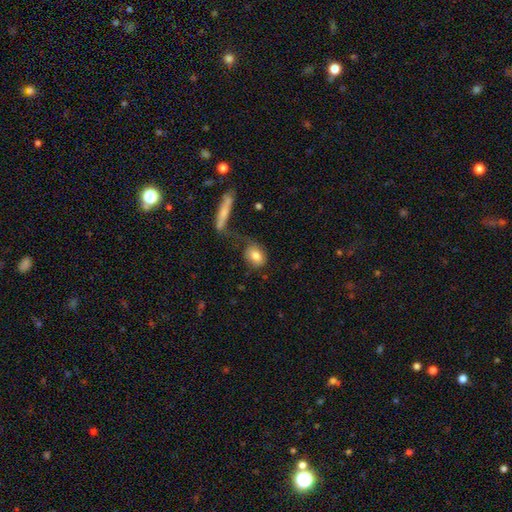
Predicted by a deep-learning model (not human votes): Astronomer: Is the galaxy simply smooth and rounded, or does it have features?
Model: smooth — 79%.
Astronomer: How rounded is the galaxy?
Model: in between — 63%.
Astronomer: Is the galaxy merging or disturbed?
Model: none — 54%.